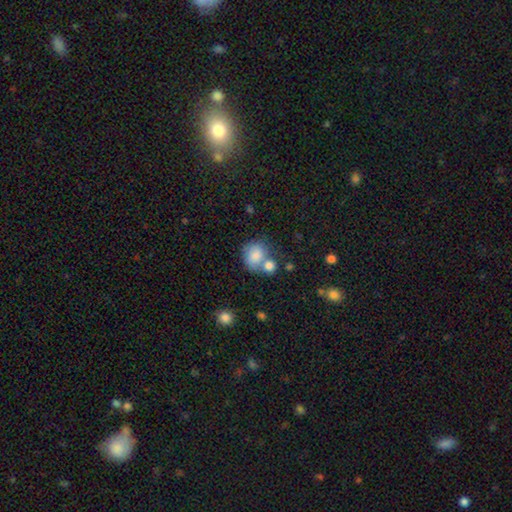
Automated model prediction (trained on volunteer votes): This appears to be a smooth galaxy with no disk features (81%) that is round (62%). Merging: none (42%).